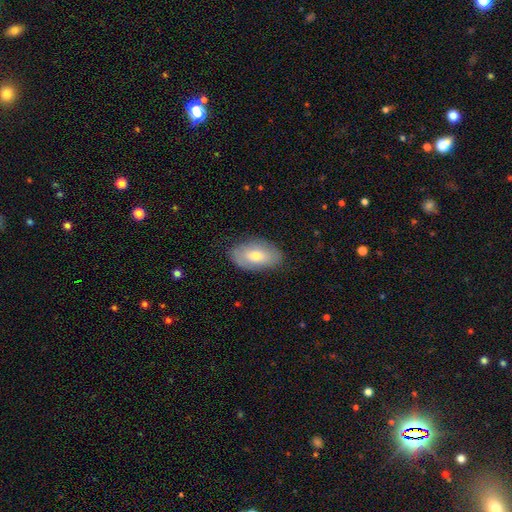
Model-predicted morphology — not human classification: Smooth or featured? Predicted: smooth (p=0.57). How rounded? Predicted: in between (p=0.93). Merging? Predicted: none (p=0.81).